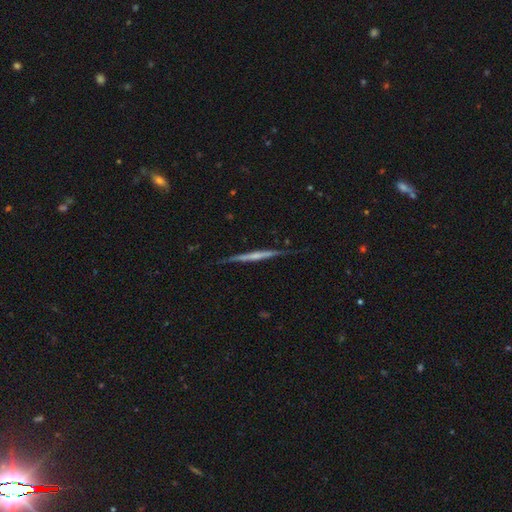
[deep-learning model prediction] This is likely a featured or disk galaxy (68%). It is clearly viewed edge-on (97%). Edge-on bulge: possibly none (56%). Merging: clearly none (84%).